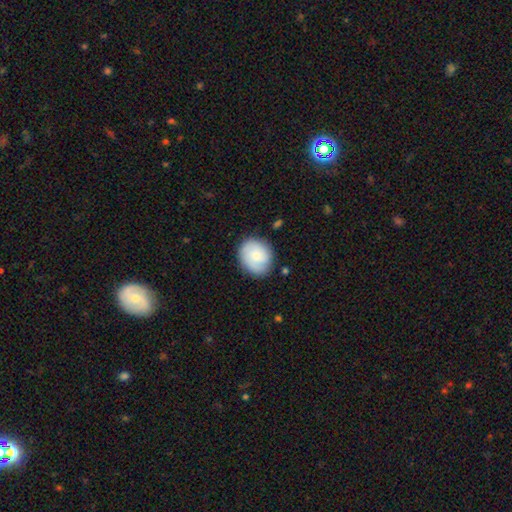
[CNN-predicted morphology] smooth-or-featured: smooth: 64% | featured or disk: 29% | star or artifact: 7%
  how-rounded: round: 68% | in between: 31% | cigar-shaped: 1%
  merging: none: 77% | minor disturbance: 16% | major disturbance: 5% | merger: 2%